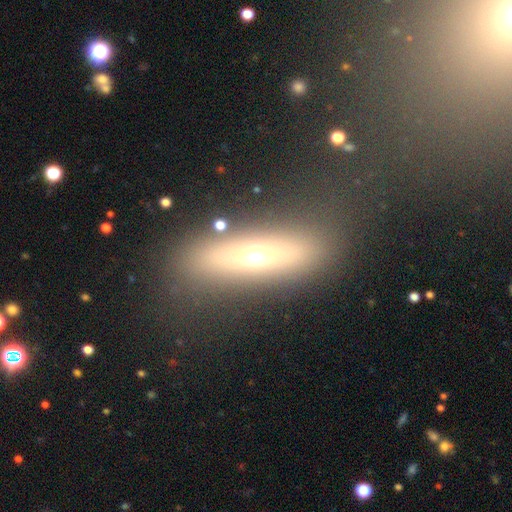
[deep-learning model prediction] Morphology: type=smooth (50%); merging=none (77%).